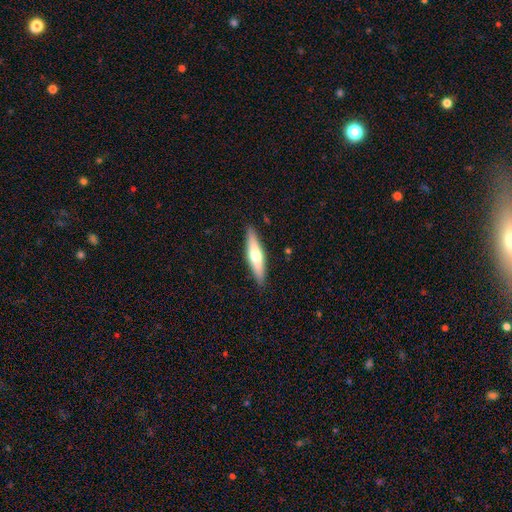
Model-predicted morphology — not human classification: This appears to be a smooth galaxy with no disk features (49%). Merging: none (89%).